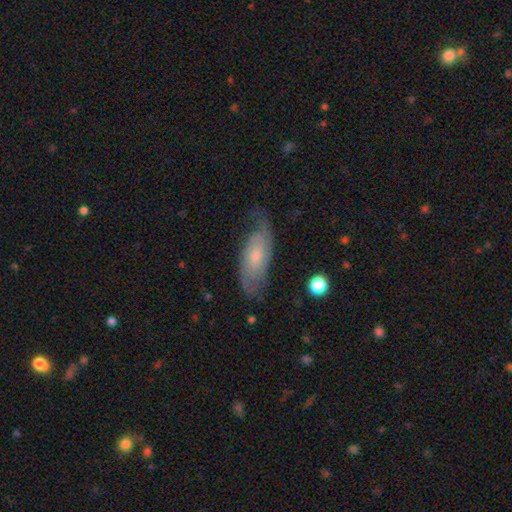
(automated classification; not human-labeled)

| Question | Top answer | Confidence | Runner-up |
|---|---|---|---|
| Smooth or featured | featured or disk | 66% | smooth (28%) |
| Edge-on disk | no | 89% | yes (11%) |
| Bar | no | 64% | weak (31%) |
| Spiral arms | yes | 90% | no (10%) |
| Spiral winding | tight | 42% | medium (39%) |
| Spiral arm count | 2 | 62% | can't tell (24%) |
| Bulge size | small | 48% | moderate (39%) |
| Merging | none | 63% | minor disturbance (24%) |